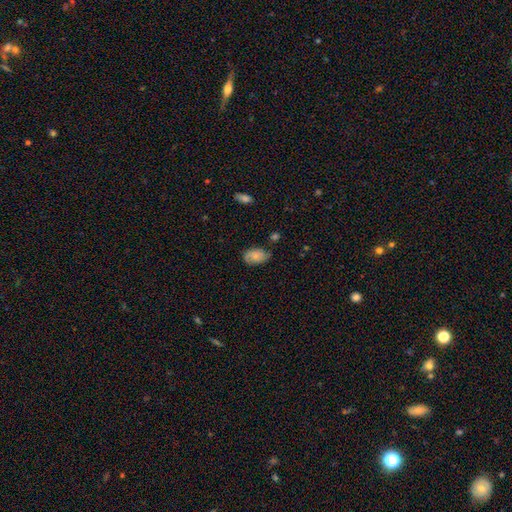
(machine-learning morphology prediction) Smooth or featured?
  - smooth: 66% *
  - featured or disk: 26%
  - star or artifact: 8%
How rounded?
  - in between: 90% *
  - round: 8%
  - cigar-shaped: 2%
Merging?
  - none: 66% *
  - minor disturbance: 26%
  - major disturbance: 6%
  - merger: 2%